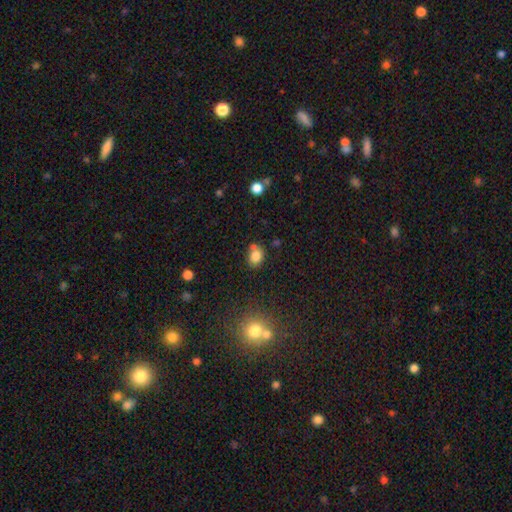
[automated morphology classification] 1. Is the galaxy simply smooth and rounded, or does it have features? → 81% smooth, 12% star or artifact, 7% featured or disk.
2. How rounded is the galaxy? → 54% in between, 44% round, 1% cigar-shaped.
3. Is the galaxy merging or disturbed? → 58% none, 19% merger, 18% minor disturbance, 5% major disturbance.